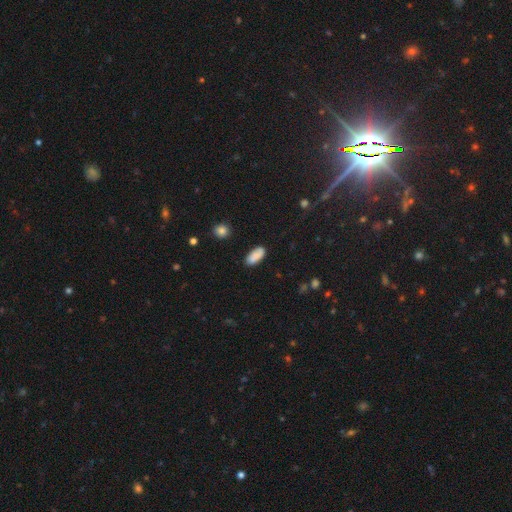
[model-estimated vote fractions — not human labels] smooth_or_featured: smooth (p=0.87) [alt: star or artifact p=0.07]
how_rounded: in between (p=0.88) [alt: cigar-shaped p=0.09]
merging: none (p=0.82) [alt: minor disturbance p=0.13]